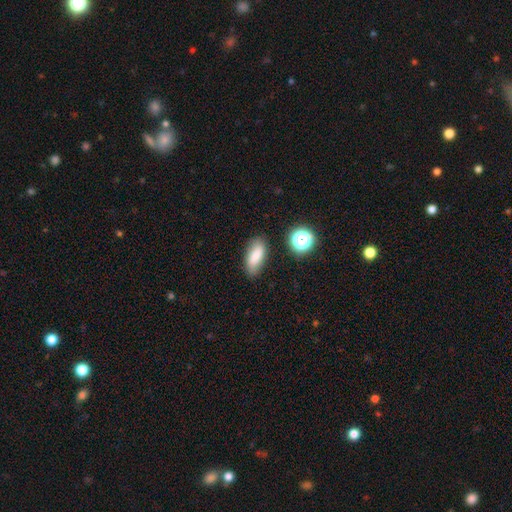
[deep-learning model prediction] Smooth or featured? Predicted: smooth (p=0.79). How rounded? Predicted: in between (p=0.80). Merging? Predicted: none (p=0.79).